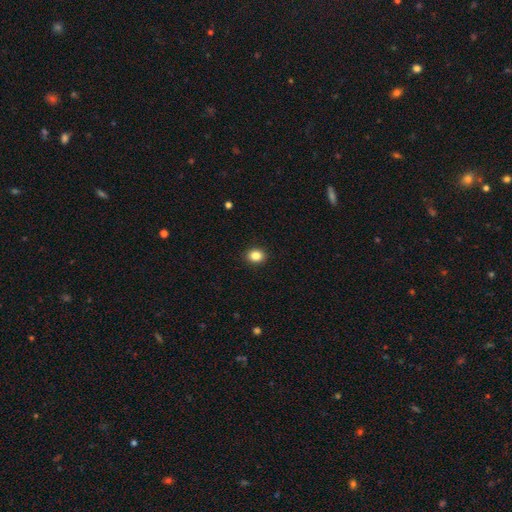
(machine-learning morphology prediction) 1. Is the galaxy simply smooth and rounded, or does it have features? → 86% smooth, 10% star or artifact, 4% featured or disk.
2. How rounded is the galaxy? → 63% round, 36% in between, 1% cigar-shaped.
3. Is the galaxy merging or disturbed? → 91% none, 6% minor disturbance, 2% major disturbance, 1% merger.